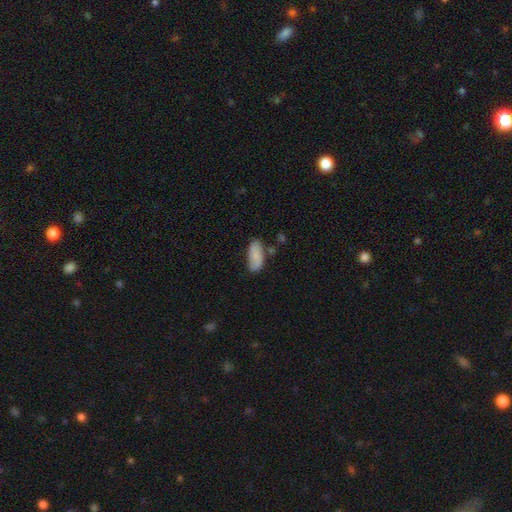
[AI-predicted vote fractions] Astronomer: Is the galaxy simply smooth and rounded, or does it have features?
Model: smooth — 80%.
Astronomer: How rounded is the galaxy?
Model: in between — 89%.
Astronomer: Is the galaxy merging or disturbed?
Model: none — 66%.